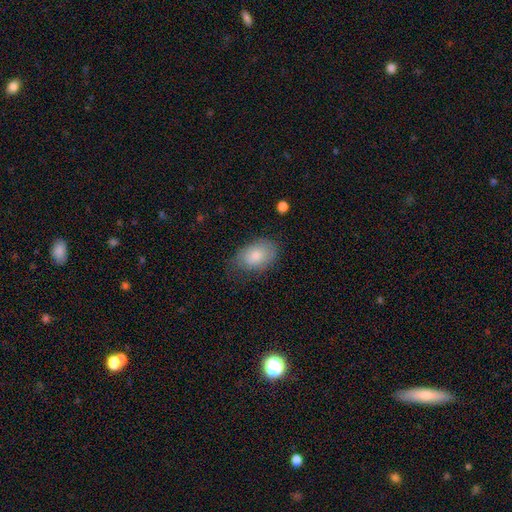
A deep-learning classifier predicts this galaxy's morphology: This is likely a smooth galaxy (79%). How rounded: clearly in between (87%). Merging: likely none (65%).